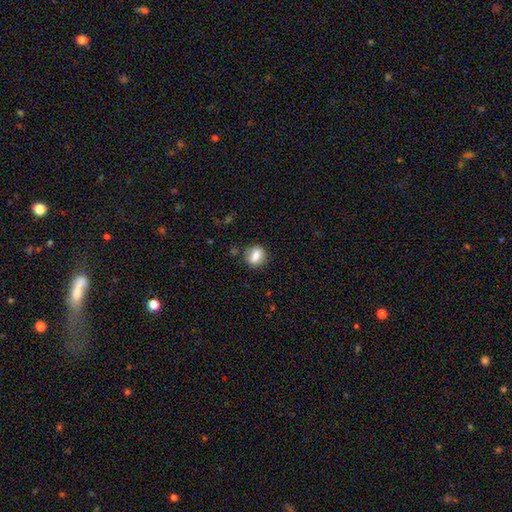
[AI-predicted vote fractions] The model was most divided on "how rounded": round: 55%, in between: 42%, cigar-shaped: 2%. More confident: smooth or featured — smooth (78%); merging — none (77%).